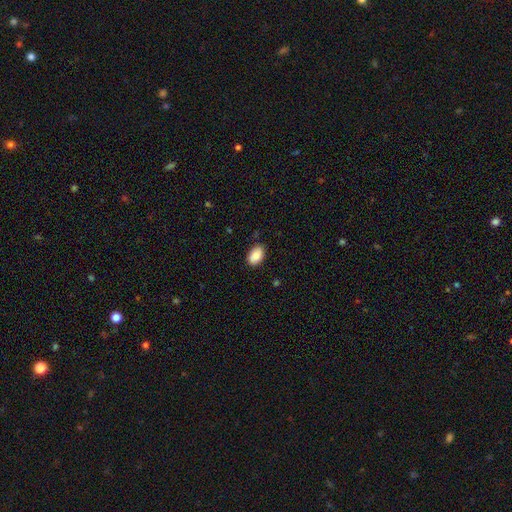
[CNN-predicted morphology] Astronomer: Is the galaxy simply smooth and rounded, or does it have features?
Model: smooth — 89%.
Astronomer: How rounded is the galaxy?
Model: in between — 90%.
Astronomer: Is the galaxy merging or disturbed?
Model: none — 85%.